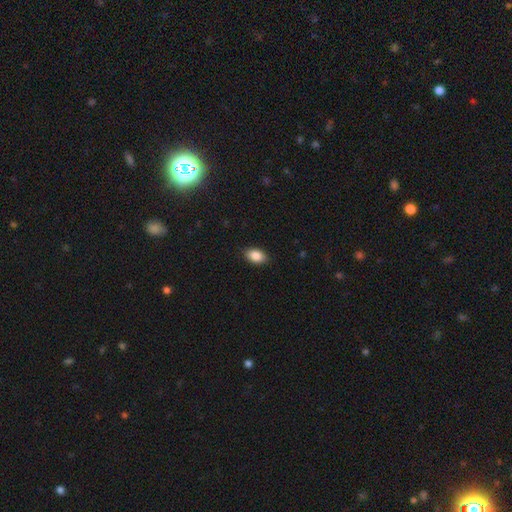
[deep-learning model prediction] A smooth galaxy with no disk features (87%) that is in between round and cigar-shaped (88%).

Vote fractions:
- Smooth or featured? smooth: 87% / star or artifact: 8% / featured or disk: 5%
- How rounded? in between: 88% / round: 10% / cigar-shaped: 1%
- Merging? none: 88% / minor disturbance: 9% / major disturbance: 2% / merger: 1%